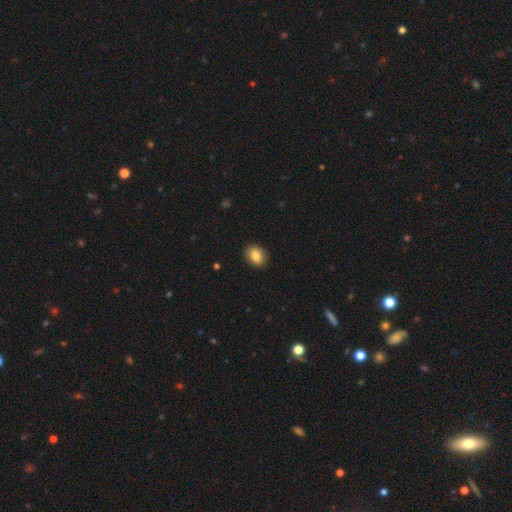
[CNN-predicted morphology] A smooth galaxy with no disk features (85%) that is in between round and cigar-shaped (59%).

Vote fractions:
- Smooth or featured? smooth: 85% / star or artifact: 8% / featured or disk: 7%
- How rounded? in between: 59% / round: 40% / cigar-shaped: 1%
- Merging? none: 89% / minor disturbance: 8% / major disturbance: 2% / merger: 1%